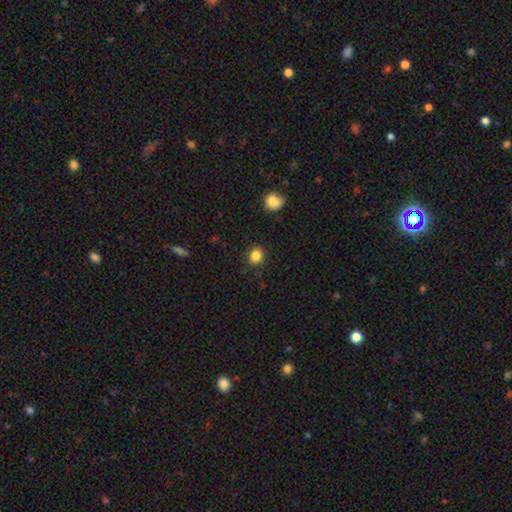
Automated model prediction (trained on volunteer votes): Smooth or featured: smooth — 85% (star or artifact — 11%)
How rounded: round — 79% (in between — 20%)
Merging: none — 88% (minor disturbance — 8%)